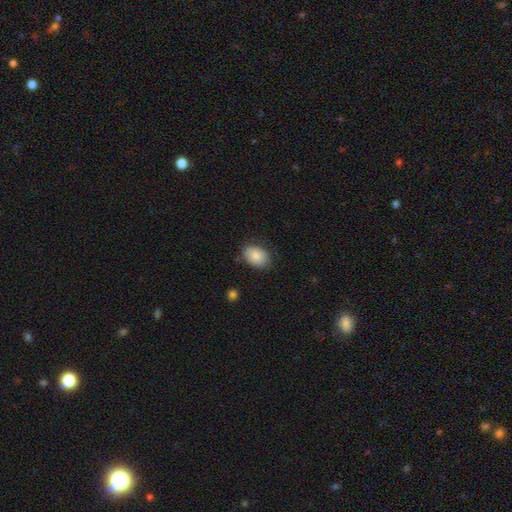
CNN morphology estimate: The model was most divided on "how rounded": in between: 82%, round: 17%, cigar-shaped: 1%. More confident: smooth or featured — smooth (87%); merging — none (81%).